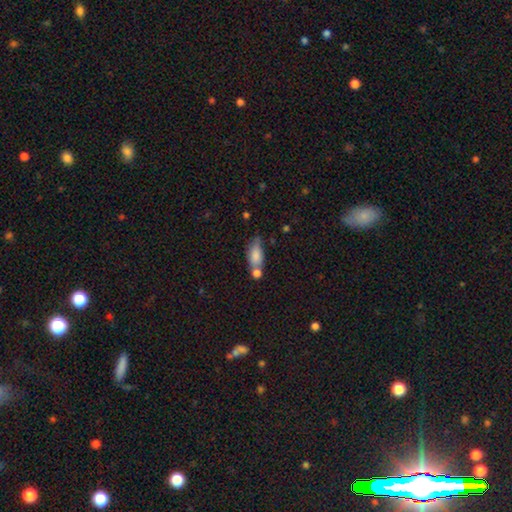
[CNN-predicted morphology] Smooth or featured?
  - smooth: 78% *
  - featured or disk: 14%
  - star or artifact: 8%
How rounded?
  - in between: 78% *
  - cigar-shaped: 17%
  - round: 5%
Merging?
  - none: 38% *
  - merger: 35%
  - minor disturbance: 19%
  - major disturbance: 8%